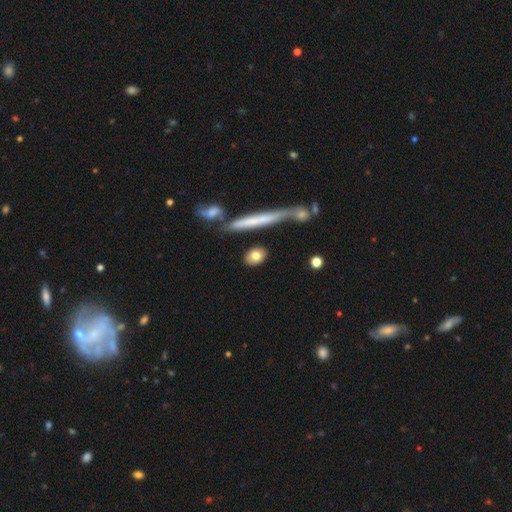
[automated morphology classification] The model was most divided on "how rounded": in between: 57%, round: 30%, cigar-shaped: 13%. More confident: smooth or featured — smooth (80%); merging — none (80%).